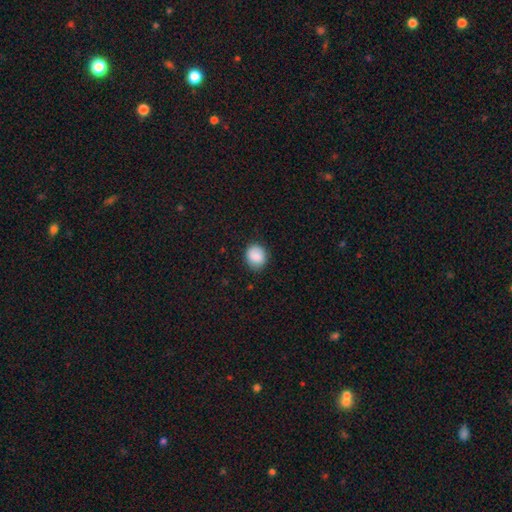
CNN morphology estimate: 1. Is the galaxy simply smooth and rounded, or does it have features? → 87% smooth, 8% star or artifact, 5% featured or disk.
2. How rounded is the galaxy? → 67% round, 32% in between, 1% cigar-shaped.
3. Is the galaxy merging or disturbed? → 82% none, 14% minor disturbance, 3% major disturbance, 1% merger.